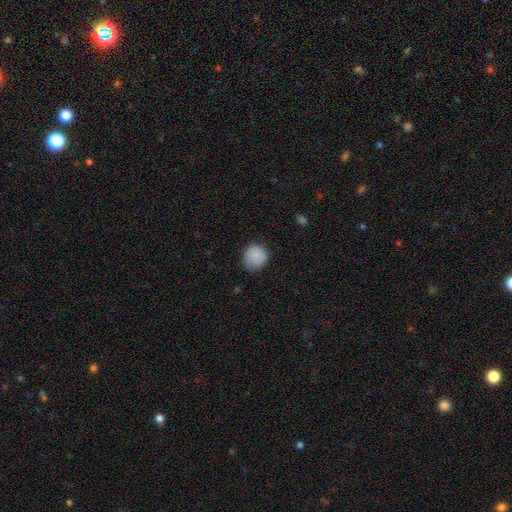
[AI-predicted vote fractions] smooth-or-featured: smooth: 85% | star or artifact: 8% | featured or disk: 7%
  how-rounded: round: 86% | in between: 13% | cigar-shaped: 1%
  merging: none: 74% | minor disturbance: 21% | major disturbance: 4% | merger: 1%